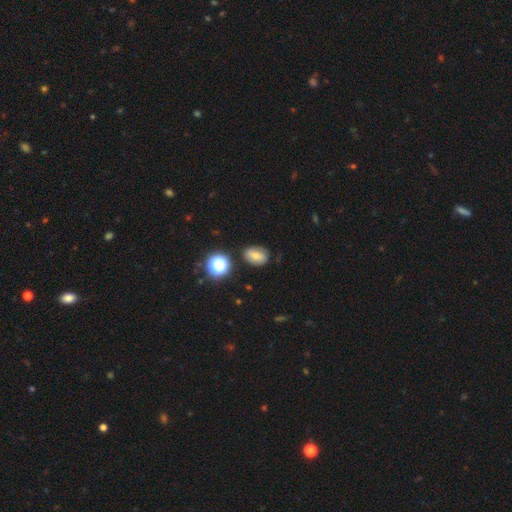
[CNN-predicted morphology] Q: Smooth or featured?
A: smooth (63%); runner-up: featured or disk (22%)
Q: How rounded?
A: in between (72%); runner-up: round (26%)
Q: Merging?
A: none (77%); runner-up: minor disturbance (16%)